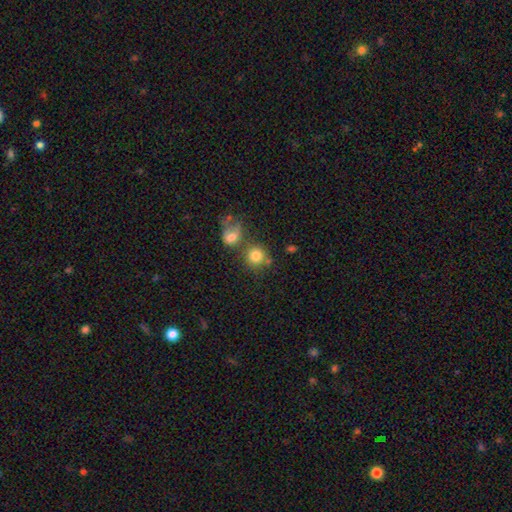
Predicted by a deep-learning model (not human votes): Morphology: type=smooth (79%); roundness=round (87%); merging=none (60%).